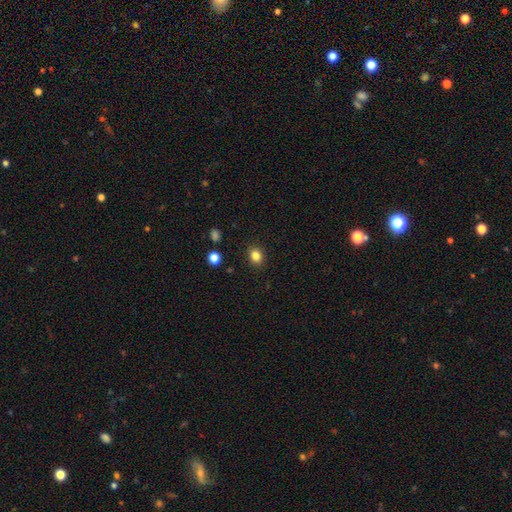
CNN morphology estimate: smooth_or_featured: smooth (p=0.84) [alt: star or artifact p=0.11]
how_rounded: round (p=0.51) [alt: in between p=0.48]
merging: none (p=0.89) [alt: minor disturbance p=0.08]